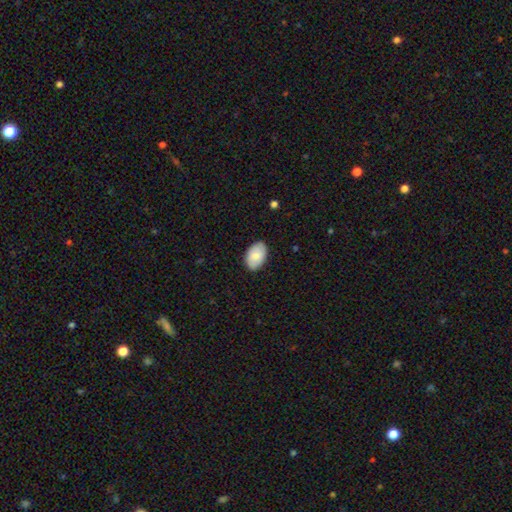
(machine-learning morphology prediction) Overall: smooth (81%). How rounded: in between (92%). Merging: none (85%).